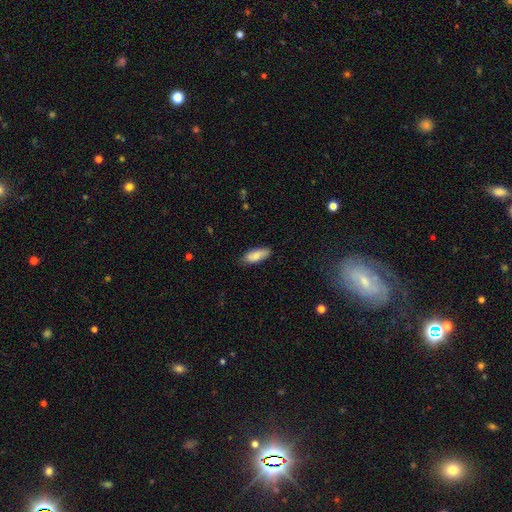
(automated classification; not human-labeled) Smooth or featured?
  - smooth: 82% *
  - featured or disk: 12%
  - star or artifact: 6%
How rounded?
  - in between: 80% *
  - cigar-shaped: 18%
  - round: 2%
Merging?
  - none: 77% *
  - minor disturbance: 19%
  - major disturbance: 3%
  - merger: 1%